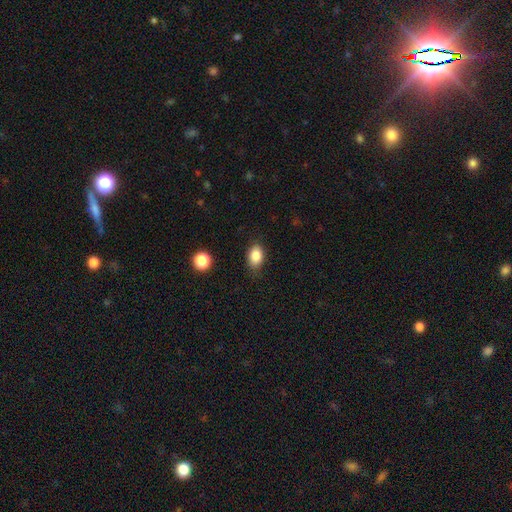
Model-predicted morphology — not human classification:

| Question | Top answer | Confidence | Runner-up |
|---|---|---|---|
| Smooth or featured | smooth | 85% | star or artifact (9%) |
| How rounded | in between | 82% | round (17%) |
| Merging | none | 80% | minor disturbance (15%) |